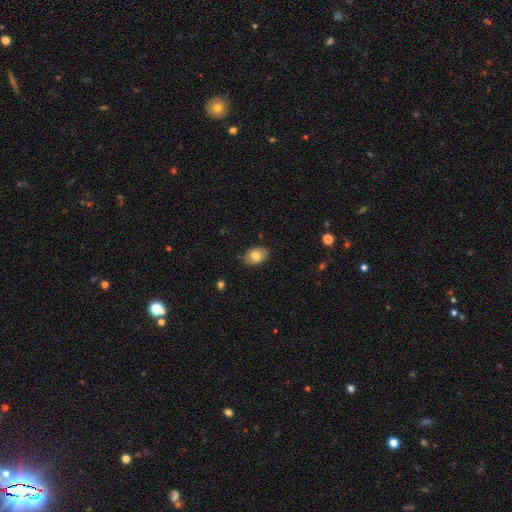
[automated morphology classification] A smooth galaxy with no disk features (79%) that is in between round and cigar-shaped (80%). Merging: none (81%).